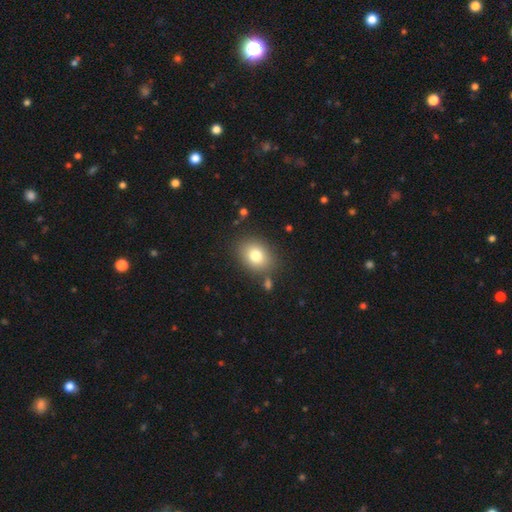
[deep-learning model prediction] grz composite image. It shows a smooth galaxy with no disk features (78%) that is in between round and cigar-shaped (52%). Merging: none (82%).